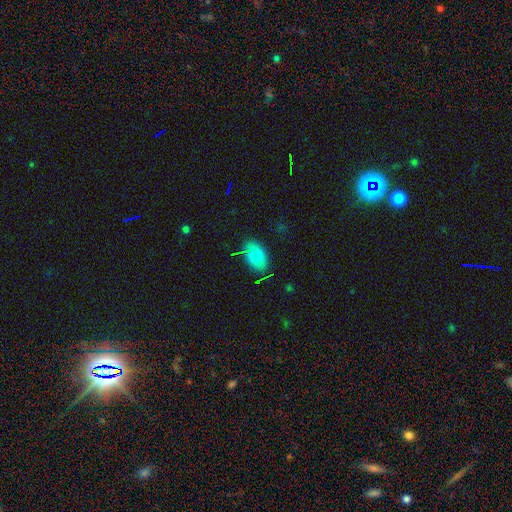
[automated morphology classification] The model was most divided on "merging": none: 77%, minor disturbance: 17%, major disturbance: 4%, merger: 2%. More confident: how rounded — in between (88%); smooth or featured — smooth (77%).